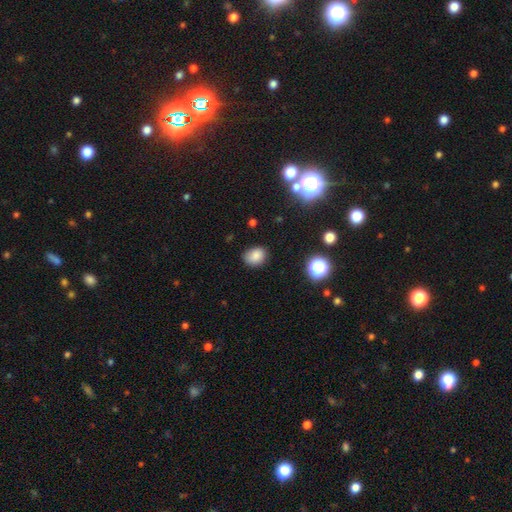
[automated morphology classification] smooth_or_featured: smooth (p=0.82) [alt: star or artifact p=0.12]
how_rounded: in between (p=0.51) [alt: round p=0.48]
merging: none (p=0.77) [alt: minor disturbance p=0.17]